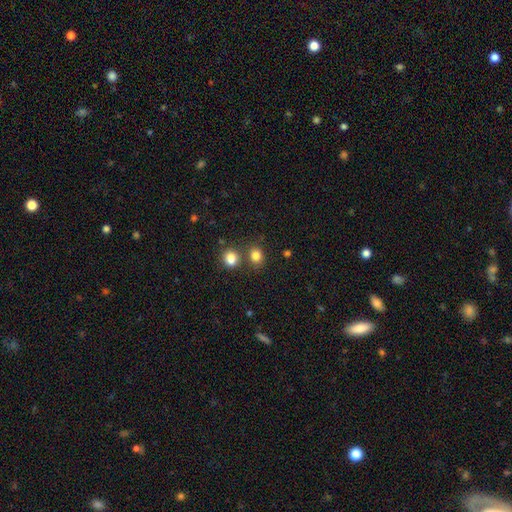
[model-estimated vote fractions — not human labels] Overall: smooth (82%). How rounded: round (70%). Merging: none (67%).